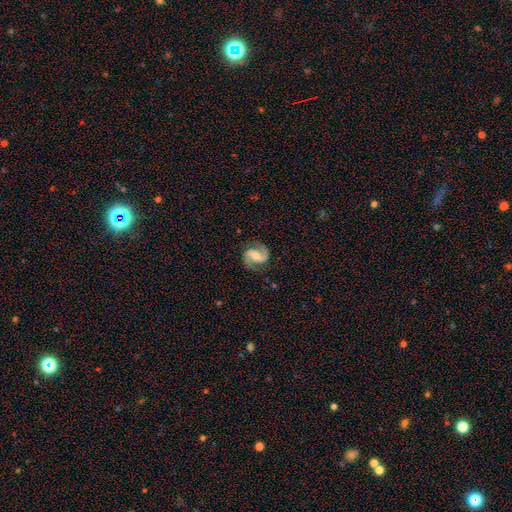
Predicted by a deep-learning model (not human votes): Smooth or featured: featured or disk — 92% (star or artifact — 4%)
Edge-on disk: no — 98% (yes — 2%)
Bar: weak — 42% (no — 35%)
Spiral arms: yes — 98% (no — 2%)
Spiral winding: medium — 63% (tight — 20%)
Spiral arm count: 2 — 95% (1 — 1%)
Bulge size: moderate — 61% (small — 28%)
Merging: none — 86% (minor disturbance — 10%)